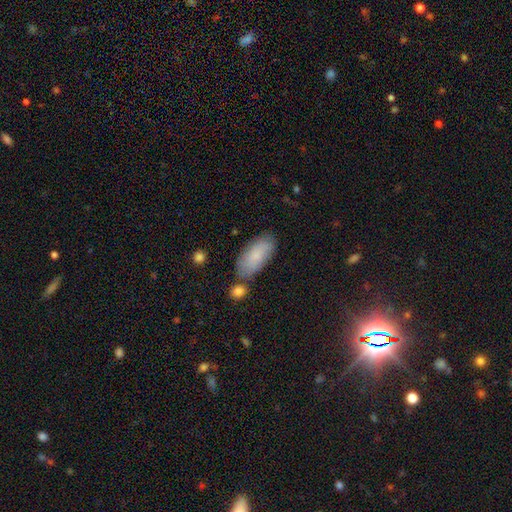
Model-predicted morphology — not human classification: A smooth galaxy with no disk features (77%) that is in between round and cigar-shaped (88%). Merging: none (70%).